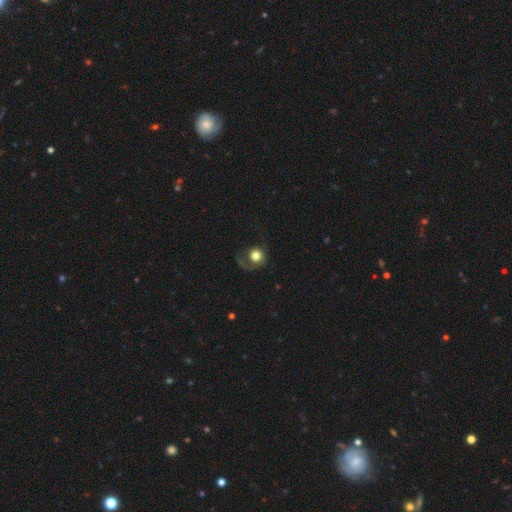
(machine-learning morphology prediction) A smooth galaxy with no disk features (64%) that is round (85%).

Vote fractions:
- Smooth or featured? smooth: 64% / featured or disk: 26% / star or artifact: 10%
- How rounded? round: 85% / in between: 14% / cigar-shaped: 1%
- Merging? none: 43% / major disturbance: 37% / minor disturbance: 18% / merger: 2%